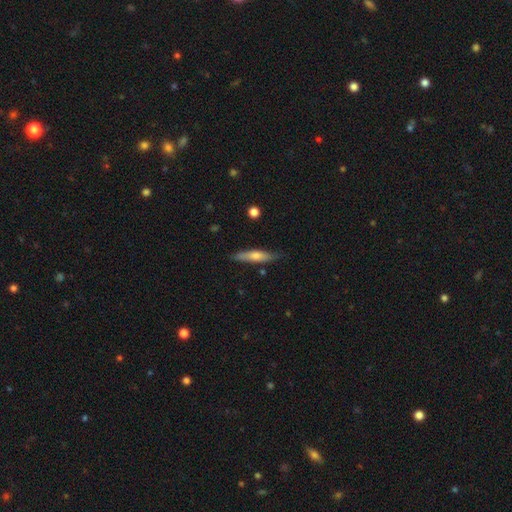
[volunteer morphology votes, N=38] Volunteers were most divided on "smooth or featured" (2-way tie): smooth: 45%, featured or disk: 45%, star or artifact: 11%. More confident: how rounded — cigar-shaped (100%); merging — none (94%).